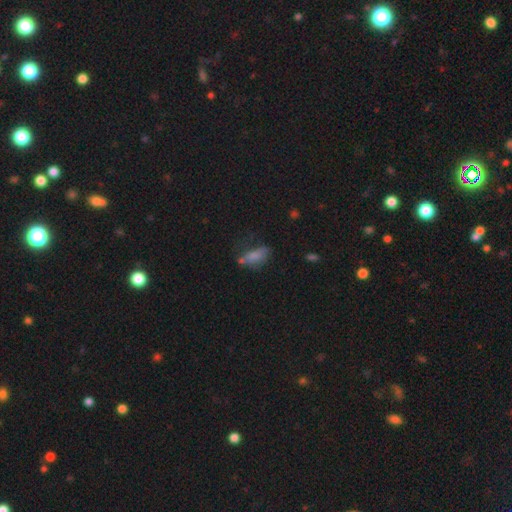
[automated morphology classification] smooth 68%, featured or disk 20%, star or artifact 12%. Down the decision tree: how rounded — in between (72%); merging — none (40%).